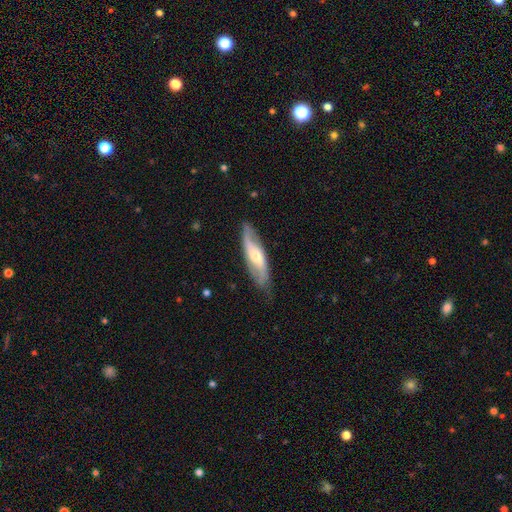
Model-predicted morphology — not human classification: Smooth or featured? featured or disk (66%)
Edge-on disk? no (70%)
Merging? none (76%)